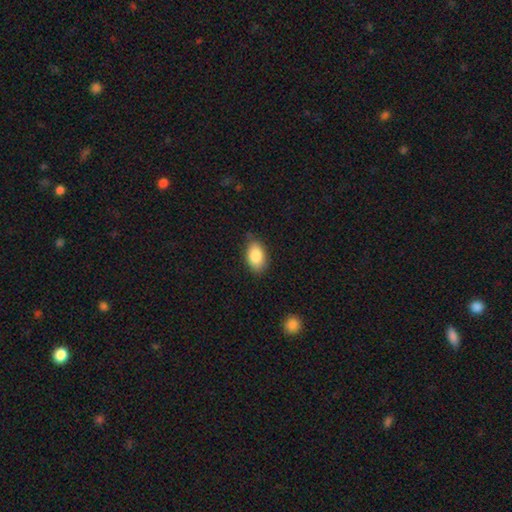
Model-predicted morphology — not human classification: This is clearly a smooth galaxy (86%). How rounded: clearly in between (92%). Merging: likely none (78%).